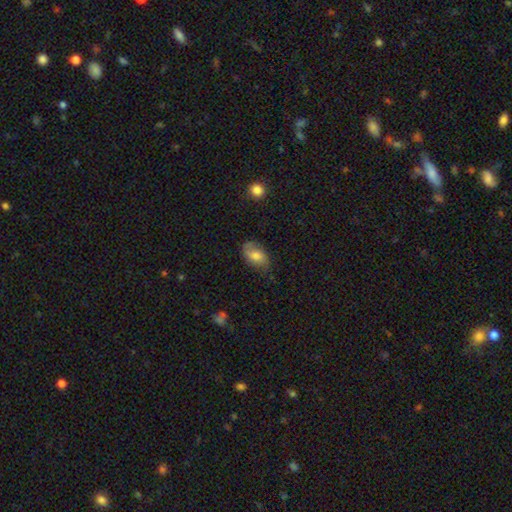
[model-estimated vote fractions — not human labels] Smooth or featured? Predicted: smooth (p=0.66). How rounded? Predicted: in between (p=0.90). Merging? Predicted: none (p=0.65).